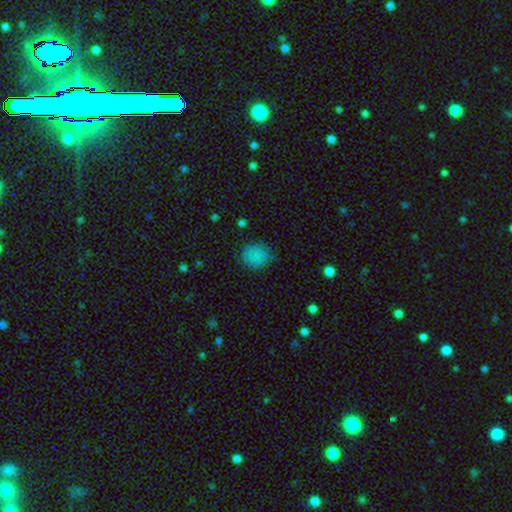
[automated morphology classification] smooth-or-featured: smooth: 84% | star or artifact: 11% | featured or disk: 5%
  how-rounded: round: 79% | in between: 20% | cigar-shaped: 1%
  merging: none: 73% | minor disturbance: 21% | major disturbance: 5% | merger: 1%